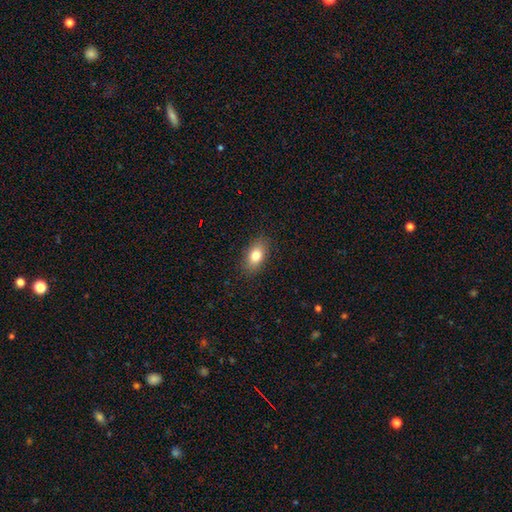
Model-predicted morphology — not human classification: Smooth or featured: smooth — 80% (featured or disk — 11%)
How rounded: in between — 88% (round — 9%)
Merging: none — 87% (minor disturbance — 9%)